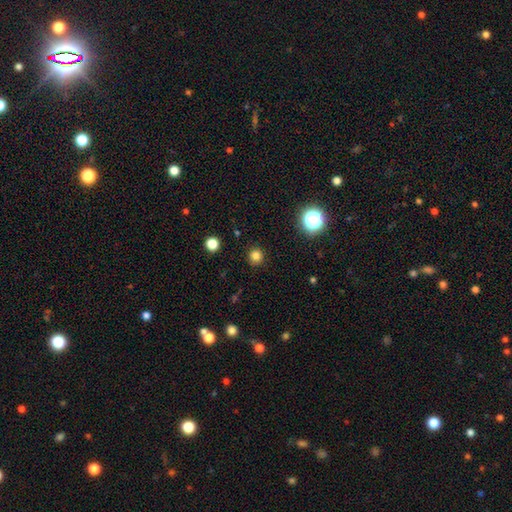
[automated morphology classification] Smooth or featured? Predicted: smooth (p=0.81). How rounded? Predicted: round (p=0.92). Merging? Predicted: none (p=0.90).